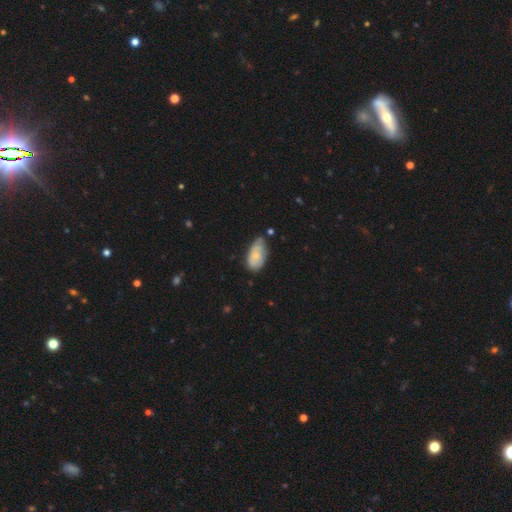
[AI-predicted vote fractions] A smooth galaxy with no disk features (58%) that is in between round and cigar-shaped (92%).

Vote fractions:
- Smooth or featured? smooth: 58% / featured or disk: 36% / star or artifact: 6%
- How rounded? in between: 92% / round: 5% / cigar-shaped: 3%
- Merging? none: 45% / minor disturbance: 41% / major disturbance: 10% / merger: 4%